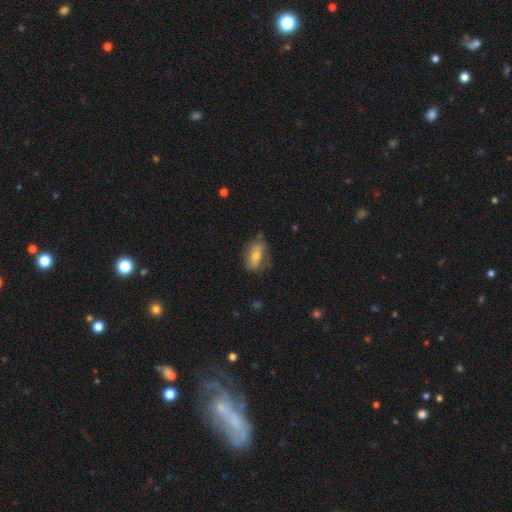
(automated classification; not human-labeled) This is possibly a smooth galaxy (56%). How rounded: clearly in between (82%). Merging: likely none (67%).